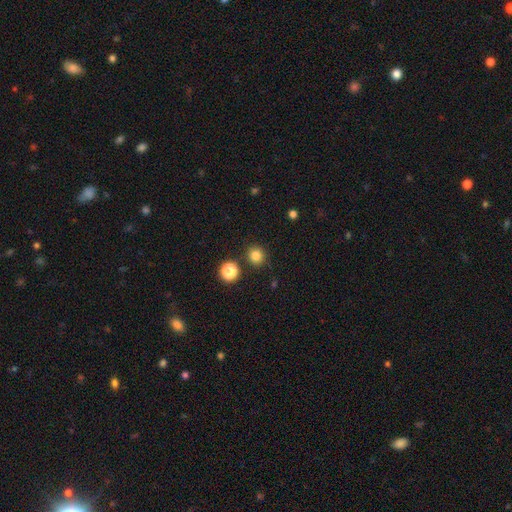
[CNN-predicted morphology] The model was most divided on "smooth or featured": smooth: 81%, star or artifact: 14%, featured or disk: 5%. More confident: how rounded — round (90%); merging — none (85%).